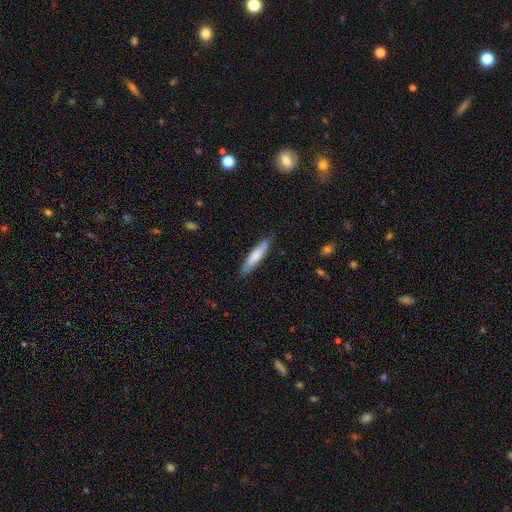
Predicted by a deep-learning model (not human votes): Q: Smooth or featured?
A: smooth (75%); runner-up: featured or disk (20%)
Q: How rounded?
A: cigar-shaped (83%); runner-up: in between (16%)
Q: Merging?
A: none (85%); runner-up: minor disturbance (12%)